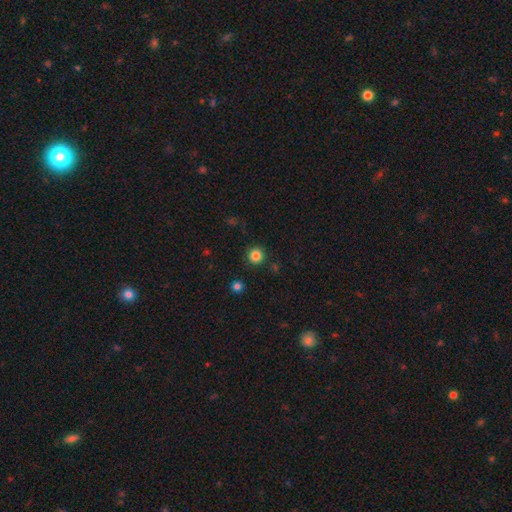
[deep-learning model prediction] Q: Smooth or featured?
A: smooth (84%); runner-up: star or artifact (12%)
Q: How rounded?
A: round (95%); runner-up: in between (4%)
Q: Merging?
A: none (91%); runner-up: minor disturbance (6%)